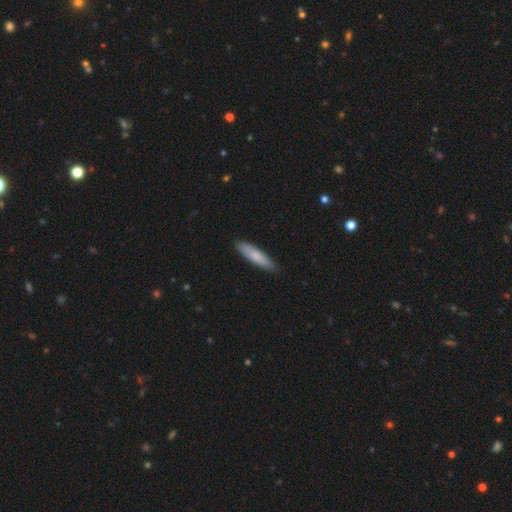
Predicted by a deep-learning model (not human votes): Smooth or featured?
  - smooth: 78% *
  - featured or disk: 17%
  - star or artifact: 5%
How rounded?
  - cigar-shaped: 78% *
  - in between: 21%
  - round: 1%
Merging?
  - none: 87% *
  - minor disturbance: 11%
  - major disturbance: 2%
  - merger: 1%